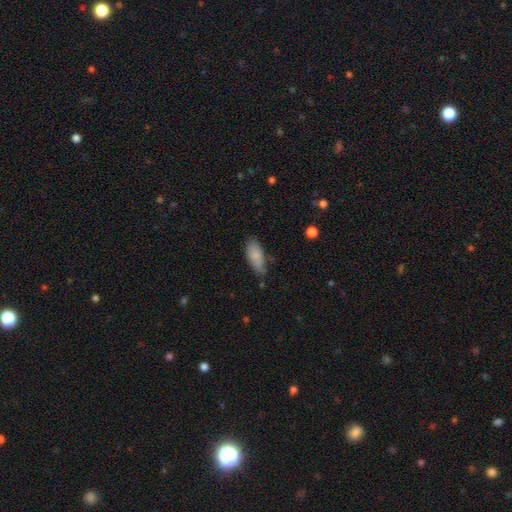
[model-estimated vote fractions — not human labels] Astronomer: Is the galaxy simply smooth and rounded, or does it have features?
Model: smooth — 84%.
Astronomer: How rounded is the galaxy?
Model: in between — 84%.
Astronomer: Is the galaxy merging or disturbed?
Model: none — 68%.